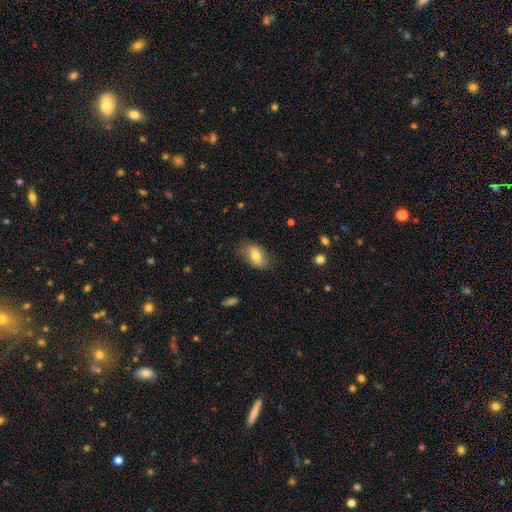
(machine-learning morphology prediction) This appears to be a smooth galaxy with no disk features (69%) that is in between round and cigar-shaped (87%). Merging: none (73%).